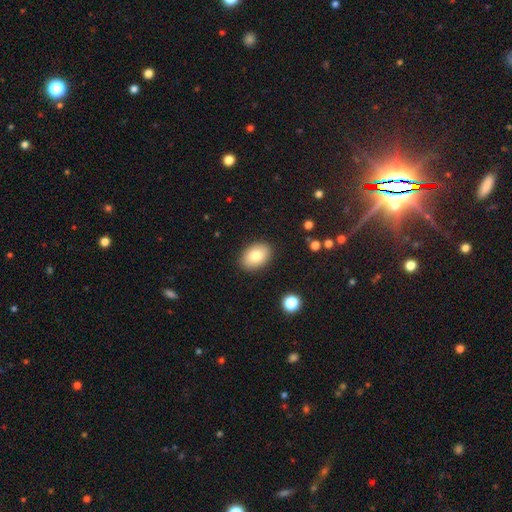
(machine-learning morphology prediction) This appears to be a smooth galaxy with no disk features (82%) that is in between round and cigar-shaped (84%). Merging: none (88%).